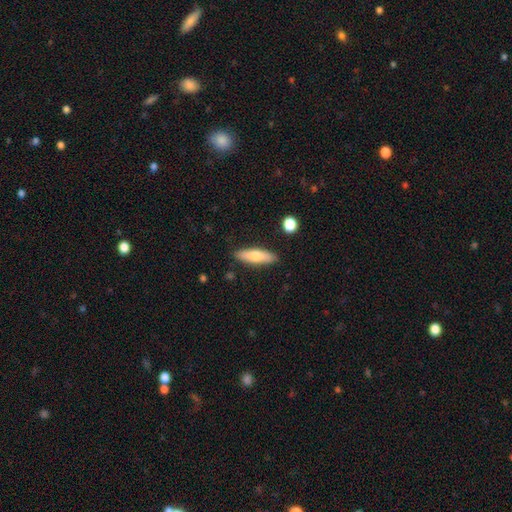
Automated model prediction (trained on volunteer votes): smooth 69%, featured or disk 25%, star or artifact 6%. Down the decision tree: how rounded — cigar-shaped (59%); merging — none (86%).